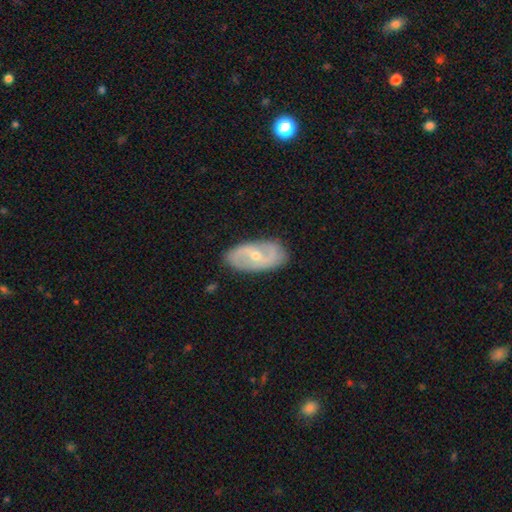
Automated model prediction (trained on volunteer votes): smooth_or_featured: featured or disk (p=0.73) [alt: smooth p=0.22]
disk_edge_on: no (p=0.93) [alt: yes p=0.07]
bar: no (p=0.43) [alt: weak p=0.42]
has_spiral_arms: yes (p=0.82) [alt: no p=0.18]
spiral_winding: medium (p=0.42) [alt: loose p=0.34]
spiral_arm_count: 2 (p=0.81) [alt: can't tell p=0.12]
bulge_size: small (p=0.55) [alt: moderate p=0.43]
merging: none (p=0.81) [alt: minor disturbance p=0.14]